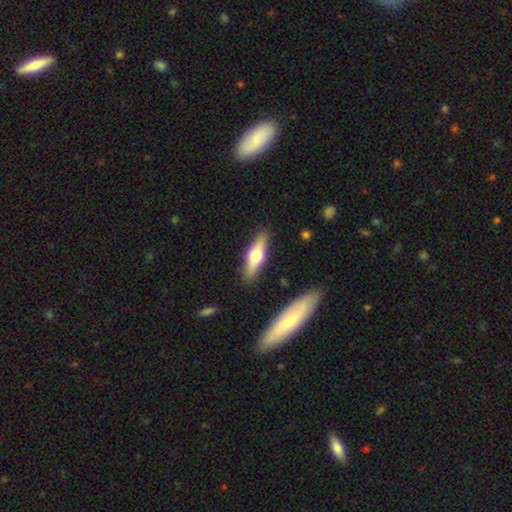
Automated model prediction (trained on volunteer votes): Morphology: type=featured or disk (53%); edge-on=yes (91%); merging=none (88%).